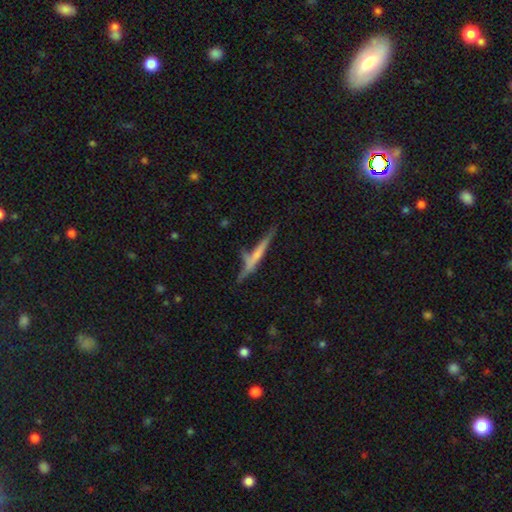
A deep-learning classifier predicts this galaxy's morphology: Q: Smooth or featured?
A: featured or disk (49%); runner-up: smooth (43%)
Q: Merging?
A: none (56%); runner-up: merger (18%)